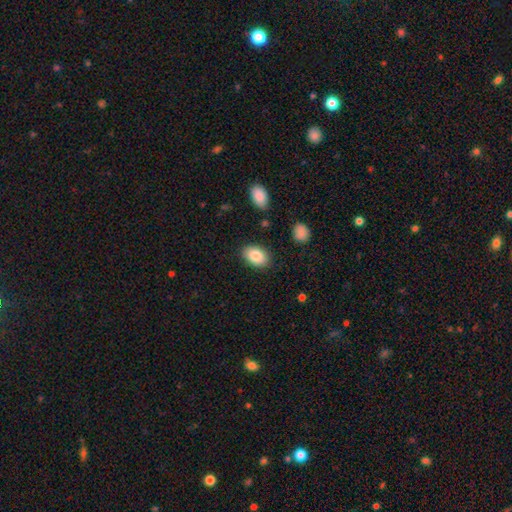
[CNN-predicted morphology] A smooth galaxy with no disk features (86%) that is in between round and cigar-shaped (89%).

Vote fractions:
- Smooth or featured? smooth: 86% / star or artifact: 7% / featured or disk: 7%
- How rounded? in between: 89% / round: 10% / cigar-shaped: 1%
- Merging? none: 86% / minor disturbance: 10% / major disturbance: 3% / merger: 2%